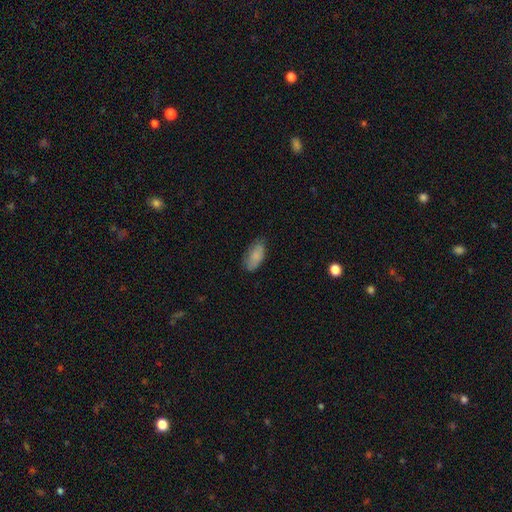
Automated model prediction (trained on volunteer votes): smooth_or_featured: smooth (p=0.84) [alt: featured or disk p=0.09]
how_rounded: in between (p=0.91) [alt: cigar-shaped p=0.07]
merging: none (p=0.73) [alt: minor disturbance p=0.21]